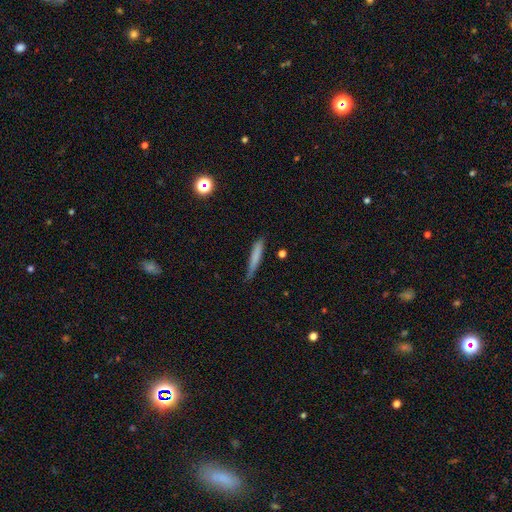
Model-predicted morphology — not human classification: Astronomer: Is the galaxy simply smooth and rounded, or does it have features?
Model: smooth — 74%.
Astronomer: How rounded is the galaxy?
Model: cigar-shaped — 92%.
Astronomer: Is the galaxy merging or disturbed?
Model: none — 70%.